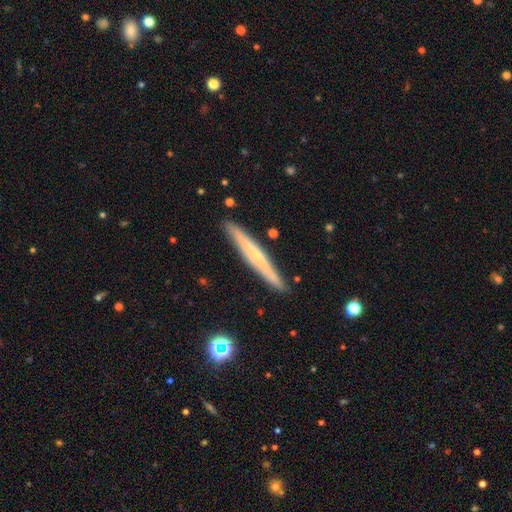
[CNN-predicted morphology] Overall: featured or disk (52%; smooth 41%). Edge-on disk: yes (94%). Merging: none (89%).